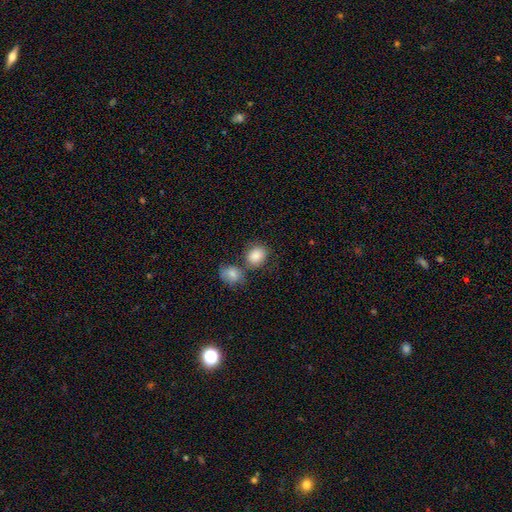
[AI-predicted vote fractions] A smooth galaxy with no disk features (86%) that is round (53%). Merging: none (54%).